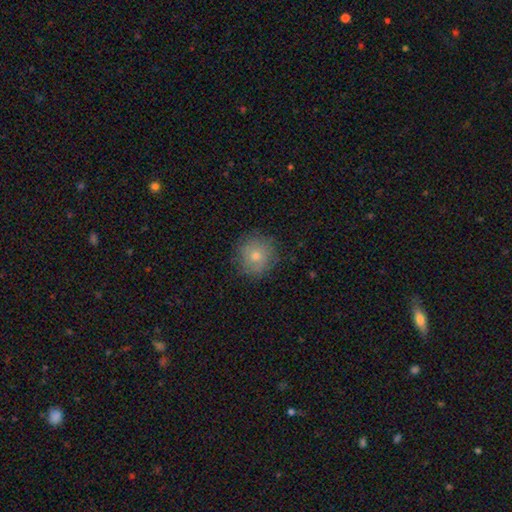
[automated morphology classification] This is likely a smooth galaxy (68%). How rounded: clearly round (93%). Merging: clearly none (85%).